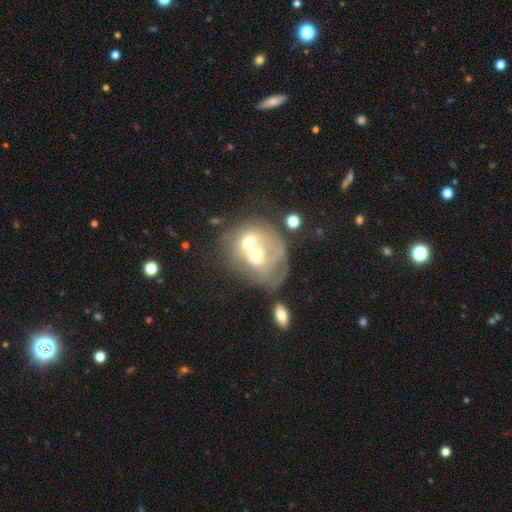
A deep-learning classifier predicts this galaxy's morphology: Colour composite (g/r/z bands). It shows a featured or disk galaxy (49%). Merging: merger (67%).